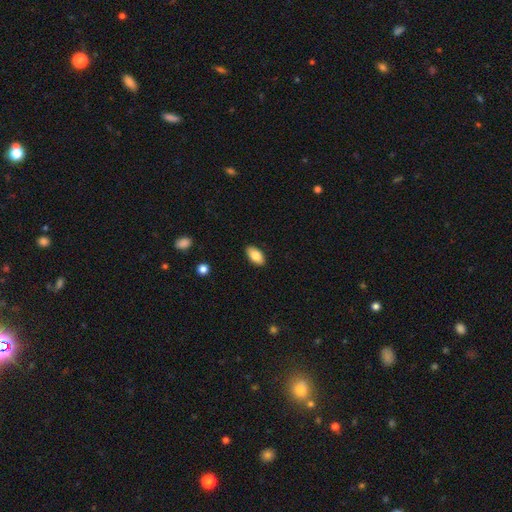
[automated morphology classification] smooth 83%, featured or disk 10%, star or artifact 7%. Down the decision tree: how rounded — in between (93%); merging — none (88%).